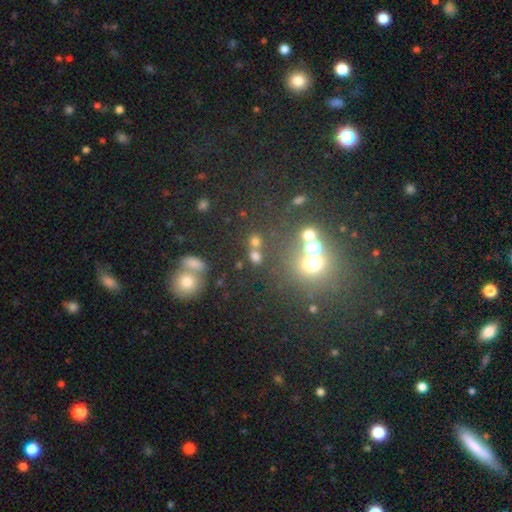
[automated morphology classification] A smooth galaxy with no disk features (55%) that is round (75%).

Vote fractions:
- Smooth or featured? smooth: 55% / star or artifact: 32% / featured or disk: 13%
- How rounded? round: 75% / in between: 23% / cigar-shaped: 3%
- Merging? none: 62% / merger: 21% / minor disturbance: 10% / major disturbance: 6%